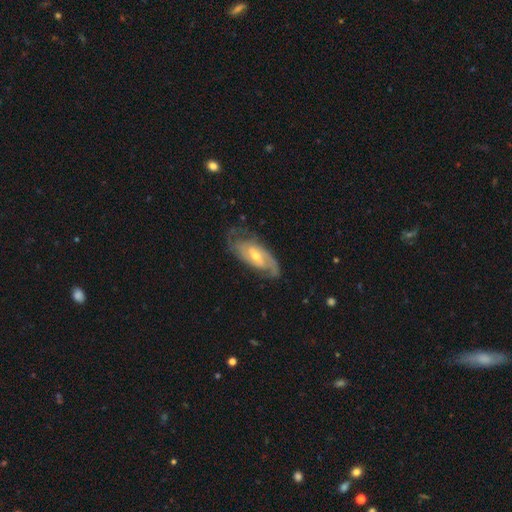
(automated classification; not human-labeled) This is clearly a featured or disk galaxy (84%). It is clearly not viewed edge-on (93%). Bar: possibly weak (50%). Spiral arm pattern: clearly yes (95%). Spiral arm count: likely 2 (71%). Spiral winding: marginally tight (45%). Central bulge: possibly moderate (49%). Merging: likely none (70%).